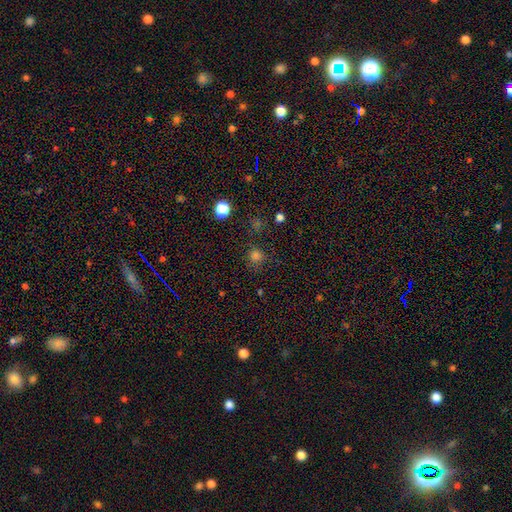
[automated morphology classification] type=smooth (72%); roundness=round (90%); merging=none (80%).